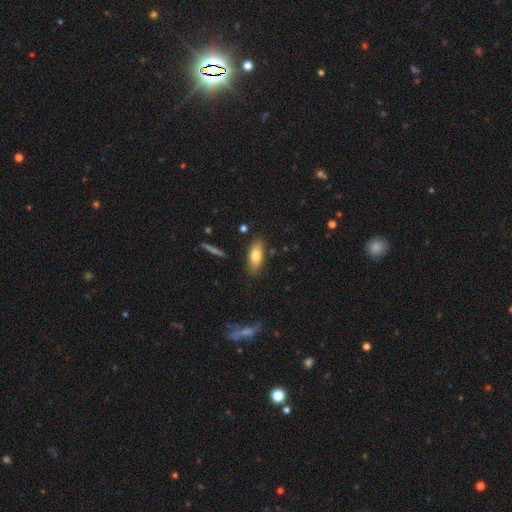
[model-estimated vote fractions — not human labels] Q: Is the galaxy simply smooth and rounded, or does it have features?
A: smooth — 77%.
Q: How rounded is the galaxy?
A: in between — 82%.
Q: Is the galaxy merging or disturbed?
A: none — 83%.